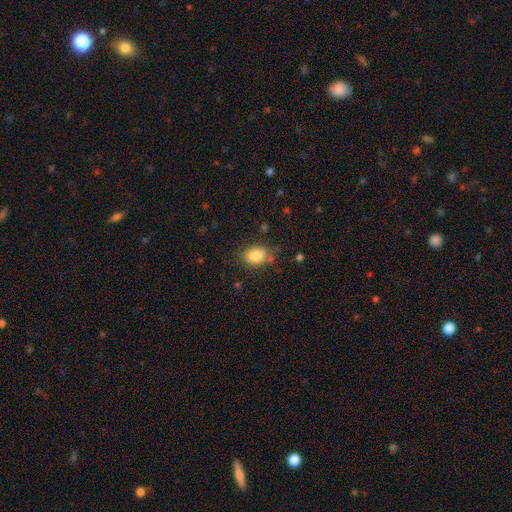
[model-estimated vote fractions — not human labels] Q: Smooth or featured?
A: smooth (83%); runner-up: star or artifact (9%)
Q: How rounded?
A: in between (74%); runner-up: round (25%)
Q: Merging?
A: none (75%); runner-up: minor disturbance (17%)